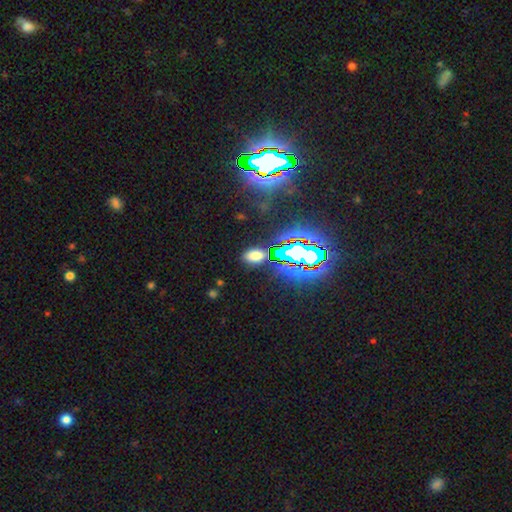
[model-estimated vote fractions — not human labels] The model was most divided on "smooth or featured": smooth: 64%, star or artifact: 29%, featured or disk: 7%. More confident: how rounded — in between (86%); merging — none (83%).